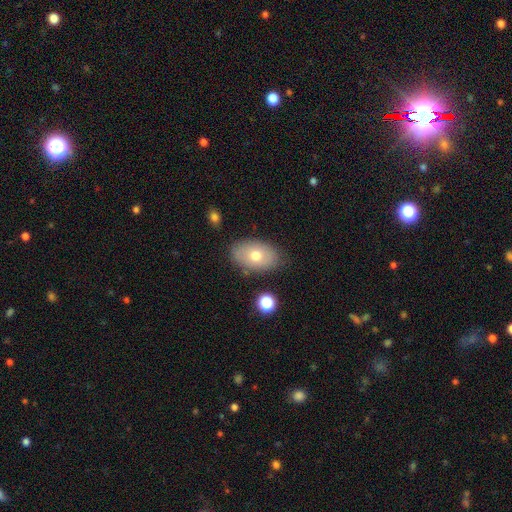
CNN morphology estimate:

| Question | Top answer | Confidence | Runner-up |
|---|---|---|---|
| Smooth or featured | smooth | 67% | featured or disk (25%) |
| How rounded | in between | 88% | round (11%) |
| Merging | none | 80% | minor disturbance (14%) |